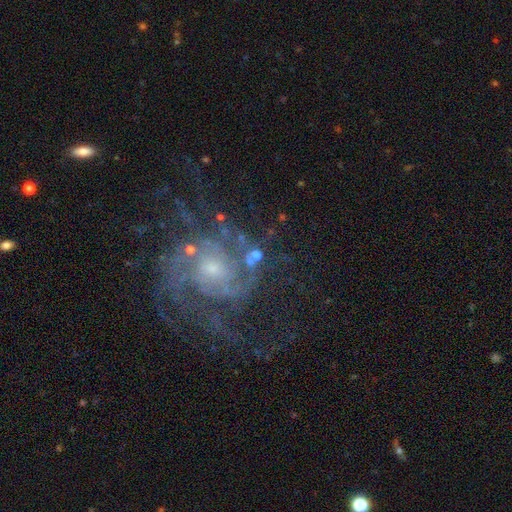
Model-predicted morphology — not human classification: Overall: featured or disk (69%). Edge-on disk: no (97%). Bar: no (64%; weak 28%). Spiral arms: yes (89%). Spiral arm count: 2 (30%; can't tell 26%). Spiral winding: tight (45%; medium 39%). Bulge size: small (51%; moderate 32%). Merging: none (63%).